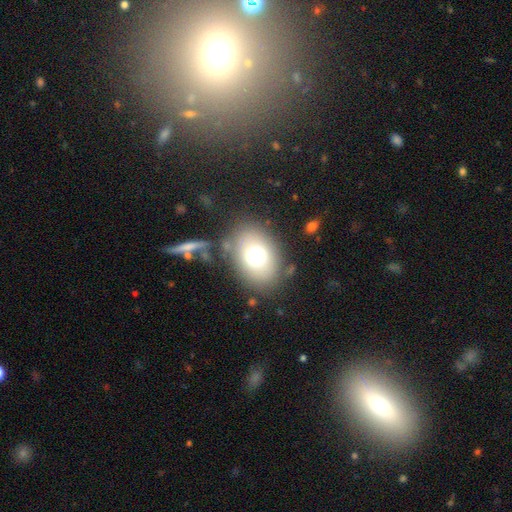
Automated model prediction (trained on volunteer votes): This appears to be a smooth galaxy with no disk features (70%) that is in between round and cigar-shaped (65%). Merging: none (75%).